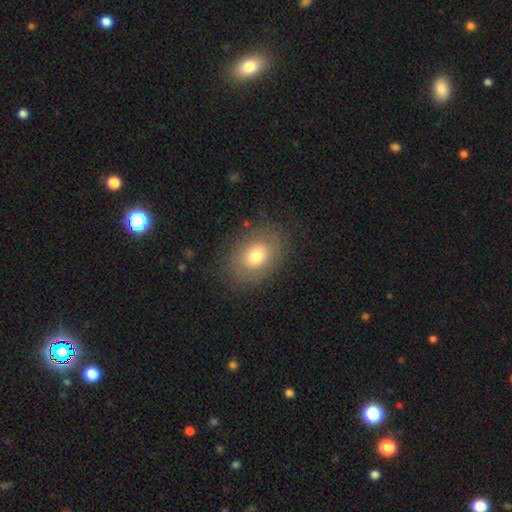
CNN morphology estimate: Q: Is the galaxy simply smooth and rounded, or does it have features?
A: smooth — 72%.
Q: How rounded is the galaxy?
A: in between — 72%.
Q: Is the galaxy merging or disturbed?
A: none — 82%.